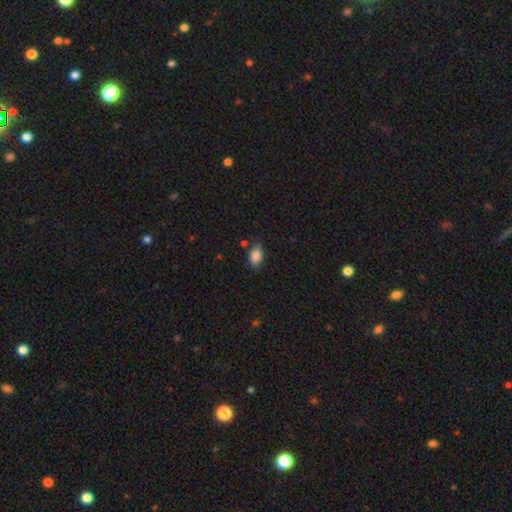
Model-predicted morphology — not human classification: This is clearly a smooth galaxy (87%). How rounded: clearly in between (89%). Merging: likely none (75%).